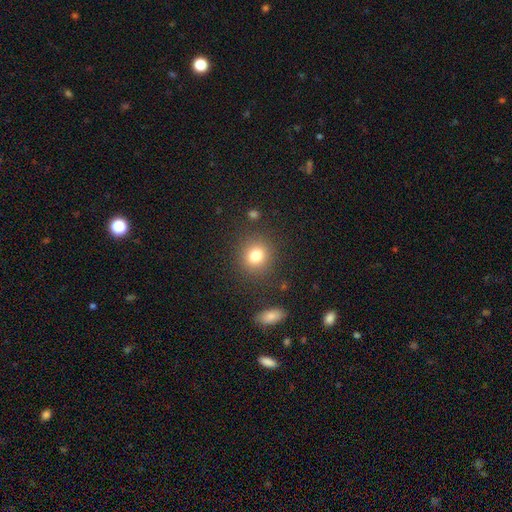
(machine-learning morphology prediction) The model was most divided on "how rounded": round: 82%, in between: 17%, cigar-shaped: 1%. More confident: merging — none (86%); smooth or featured — smooth (80%).